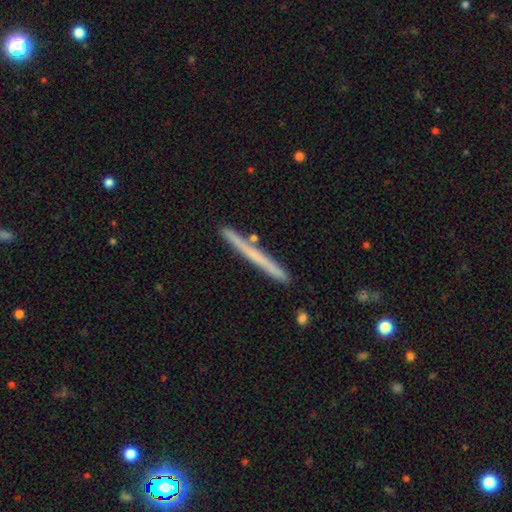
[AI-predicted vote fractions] This appears to be a smooth galaxy with no disk features (48%). Merging: none (89%).